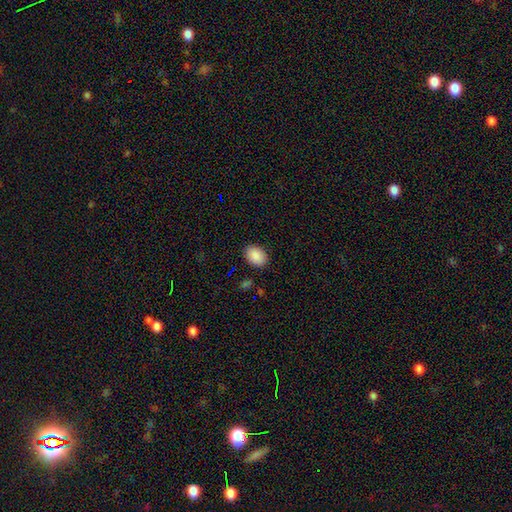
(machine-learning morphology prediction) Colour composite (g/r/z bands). It shows a smooth galaxy with no disk features (90%) that is in between round and cigar-shaped (78%). Merging: none (87%).